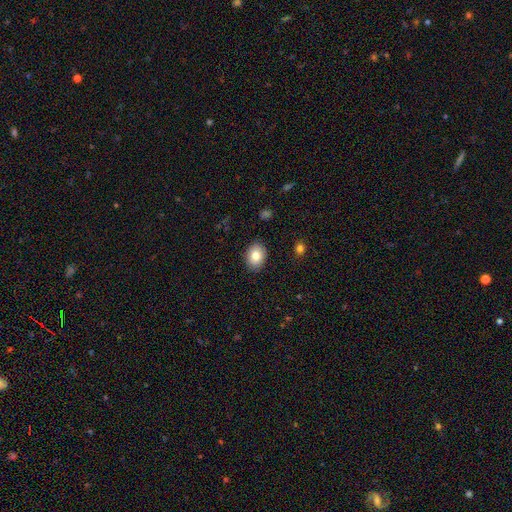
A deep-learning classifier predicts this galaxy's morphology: Smooth or featured? Predicted: smooth (p=0.82). How rounded? Predicted: in between (p=0.68). Merging? Predicted: none (p=0.88).